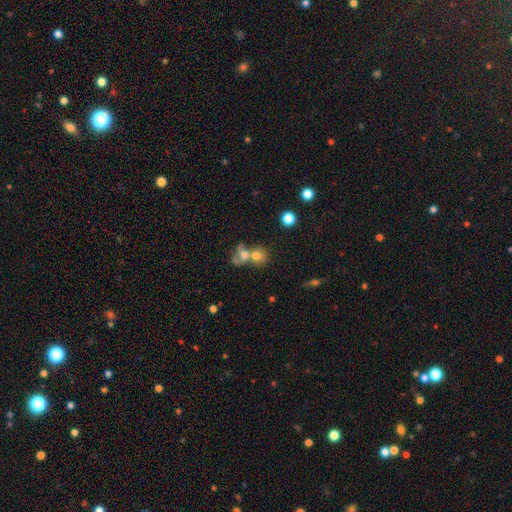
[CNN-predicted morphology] This appears to be a smooth galaxy with no disk features (63%) that is round (65%). Merging: merger (59%).